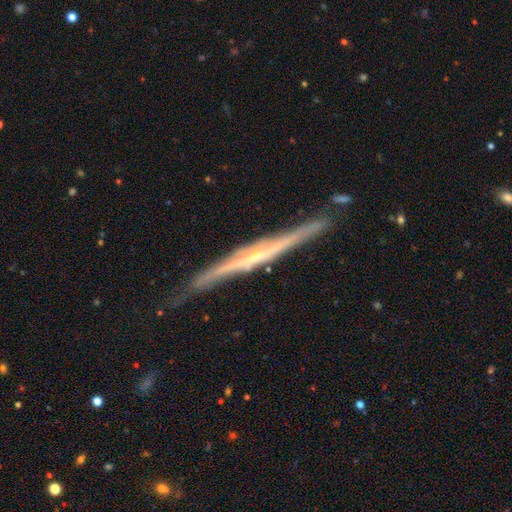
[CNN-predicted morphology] This appears to be a featured or disk galaxy (83%) viewed edge-on (96%) with a rounded central bulge (54%). Merging: none (77%).